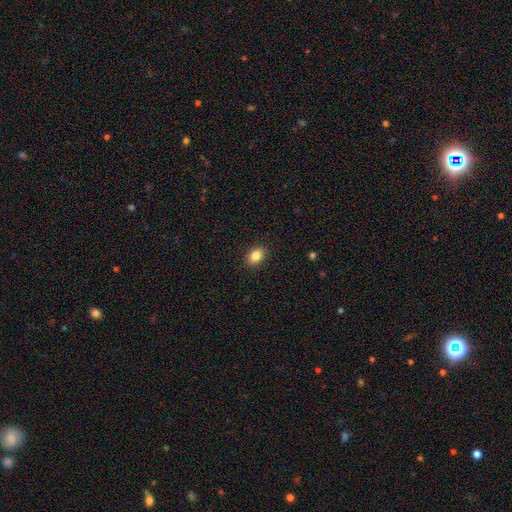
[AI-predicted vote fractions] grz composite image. It shows a smooth galaxy with no disk features (85%) that is in between round and cigar-shaped (73%). Merging: none (90%).